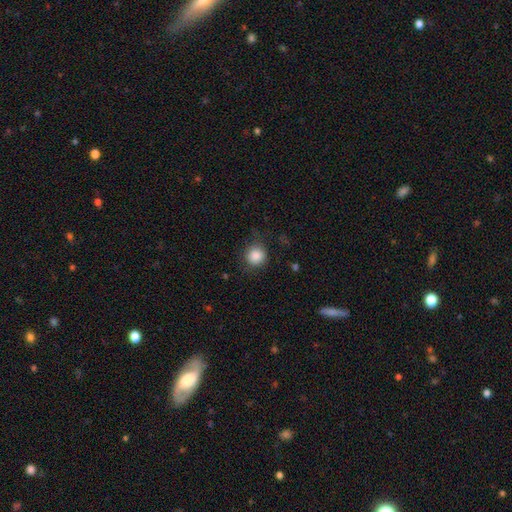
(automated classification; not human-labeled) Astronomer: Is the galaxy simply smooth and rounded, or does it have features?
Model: smooth — 86%.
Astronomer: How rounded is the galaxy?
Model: round — 90%.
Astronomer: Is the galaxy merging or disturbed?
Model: none — 75%.